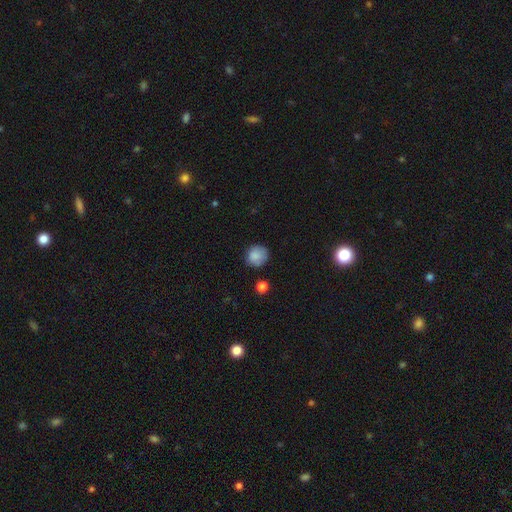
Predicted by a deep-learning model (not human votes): Smooth or featured?
  - smooth: 85% *
  - star or artifact: 9%
  - featured or disk: 6%
How rounded?
  - round: 84% *
  - in between: 15%
  - cigar-shaped: 1%
Merging?
  - none: 77% *
  - minor disturbance: 16%
  - major disturbance: 4%
  - merger: 3%